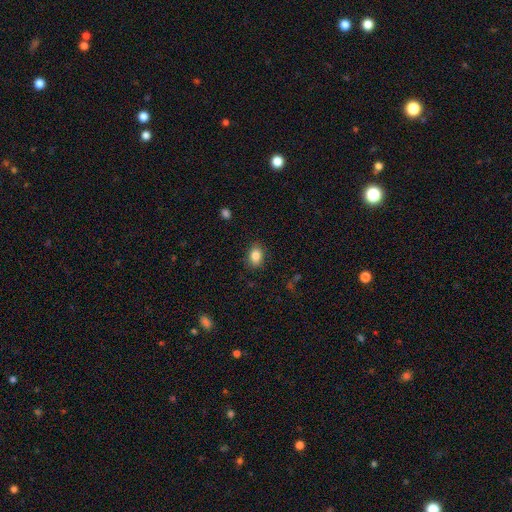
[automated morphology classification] Smooth or featured? Predicted: smooth (p=0.84). How rounded? Predicted: in between (p=0.71). Merging? Predicted: none (p=0.86).